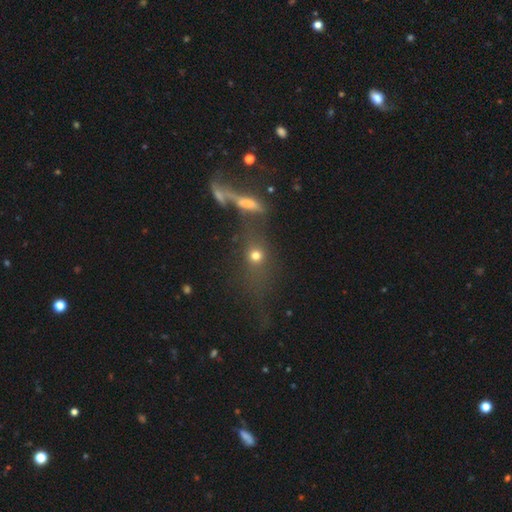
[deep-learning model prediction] The model was most divided on "merging": none: 48%, merger: 28%, minor disturbance: 12%, major disturbance: 12%. More confident: how rounded — round (66%); smooth or featured — smooth (64%).